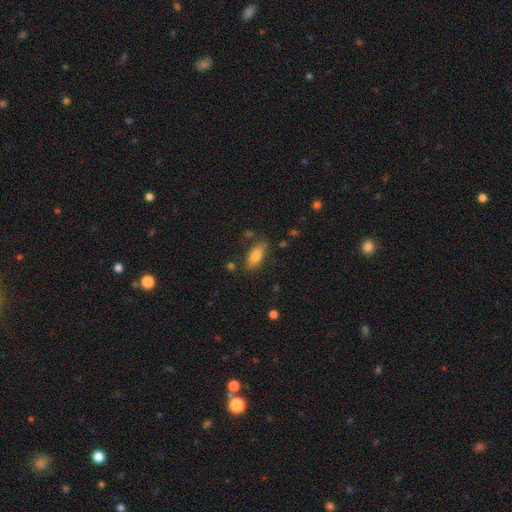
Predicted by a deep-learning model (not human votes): smooth-or-featured: smooth: 79% | featured or disk: 13% | star or artifact: 7%
  how-rounded: in between: 82% | cigar-shaped: 15% | round: 3%
  merging: none: 78% | minor disturbance: 14% | major disturbance: 4% | merger: 4%